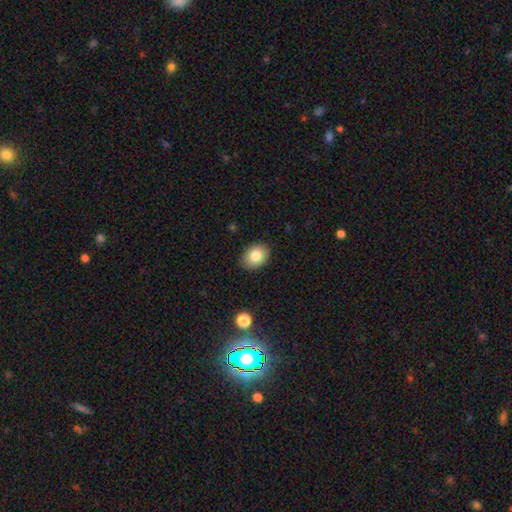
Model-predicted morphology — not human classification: type=smooth (82%); roundness=in between (67%); merging=none (87%).